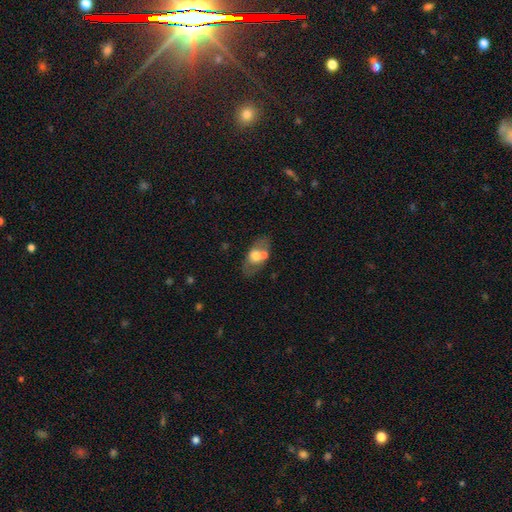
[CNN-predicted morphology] A smooth galaxy with no disk features (54%) that is in between round and cigar-shaped (84%).

Vote fractions:
- Smooth or featured? smooth: 54% / featured or disk: 39% / star or artifact: 7%
- How rounded? in between: 84% / round: 11% / cigar-shaped: 5%
- Merging? none: 55% / merger: 23% / minor disturbance: 16% / major disturbance: 6%